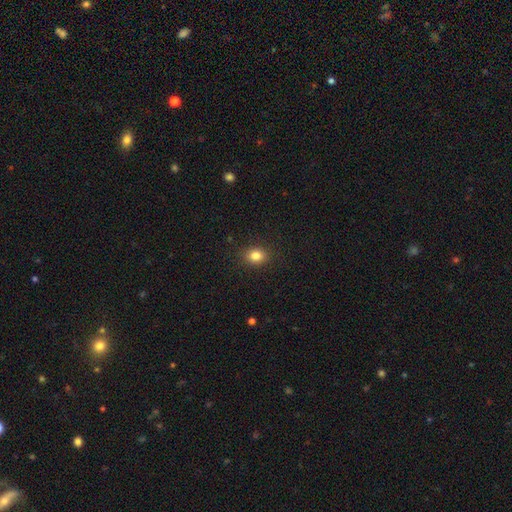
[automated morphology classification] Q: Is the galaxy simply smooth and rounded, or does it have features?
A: smooth — 83%.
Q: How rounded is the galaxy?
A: round — 51%.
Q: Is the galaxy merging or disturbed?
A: none — 89%.